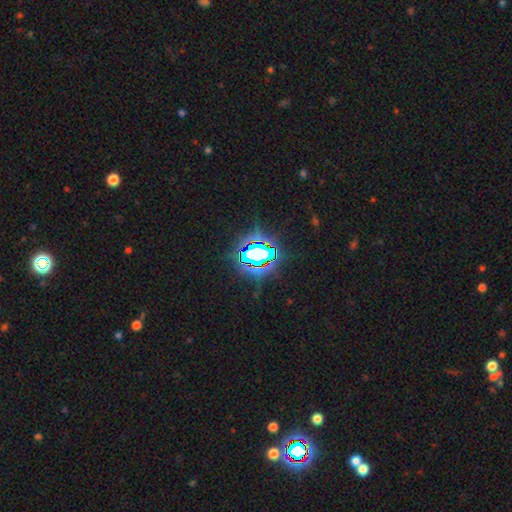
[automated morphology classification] A star or artifact, not a galaxy (84%).

Vote fractions:
- Smooth or featured? star or artifact: 84% / smooth: 10% / featured or disk: 6%